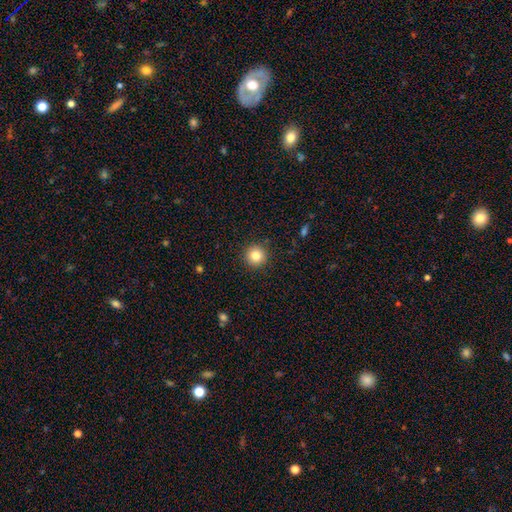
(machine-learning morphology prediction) Smooth or featured?
  - smooth: 83% *
  - star or artifact: 11%
  - featured or disk: 7%
How rounded?
  - round: 96% *
  - in between: 3%
  - cigar-shaped: 1%
Merging?
  - none: 92% *
  - minor disturbance: 5%
  - major disturbance: 2%
  - merger: 1%